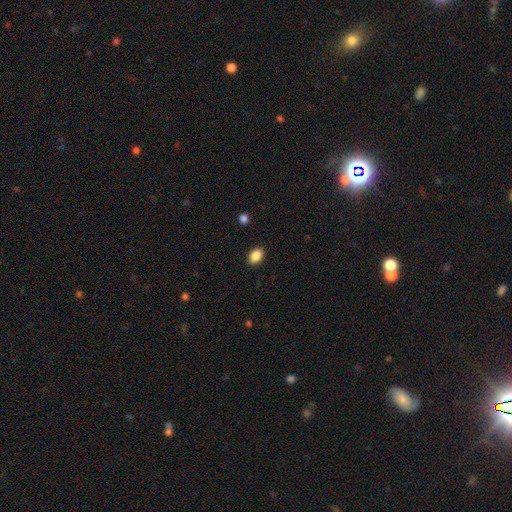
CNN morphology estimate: Overall: smooth (88%). How rounded: in between (75%). Merging: none (90%).